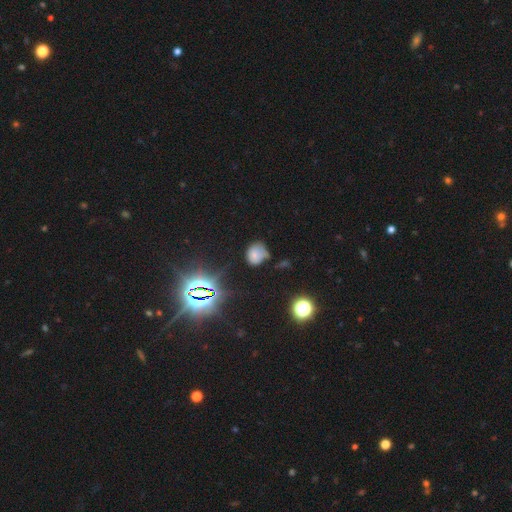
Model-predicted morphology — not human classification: This appears to be a smooth galaxy with no disk features (64%) that is round (59%). Merging: none (50%).